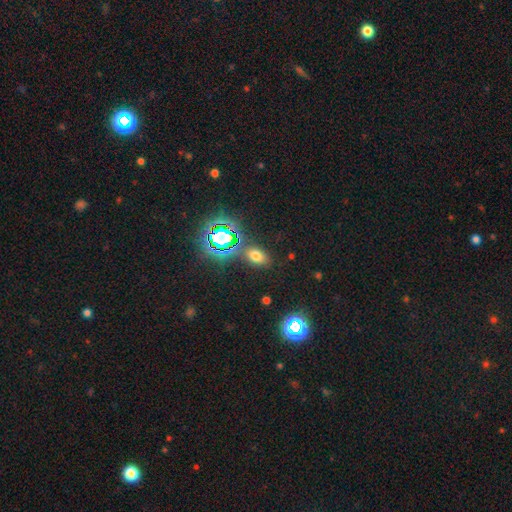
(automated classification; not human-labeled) This appears to be a smooth galaxy with no disk features (60%) that is in between round and cigar-shaped (83%). Merging: none (82%).